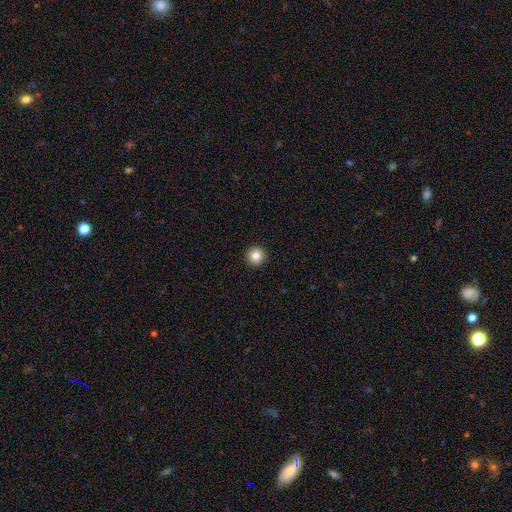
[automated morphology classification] Smooth or featured? Predicted: smooth (p=0.84). How rounded? Predicted: round (p=0.96). Merging? Predicted: none (p=0.94).